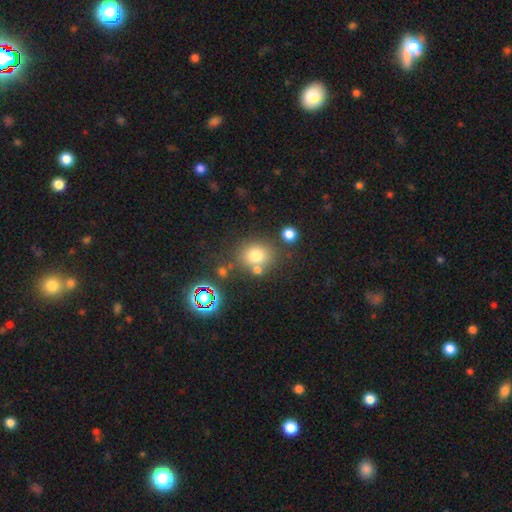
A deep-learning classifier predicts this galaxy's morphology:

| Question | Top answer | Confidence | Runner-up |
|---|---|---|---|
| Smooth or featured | smooth | 73% | star or artifact (16%) |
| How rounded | round | 72% | in between (27%) |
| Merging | none | 65% | merger (17%) |